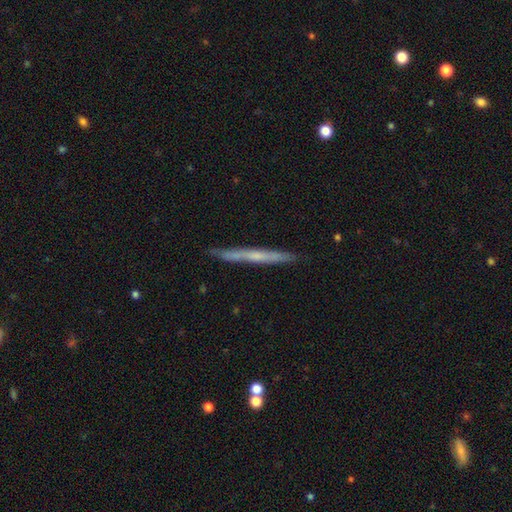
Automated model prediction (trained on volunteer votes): Smooth or featured? featured or disk (54%)
Edge-on disk? yes (96%)
Edge-on bulge? none (72%)
Merging? none (89%)